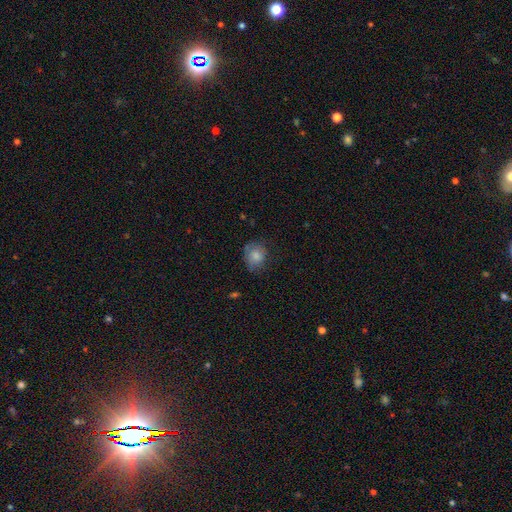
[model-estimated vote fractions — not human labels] The model was most divided on "merging": none: 60%, minor disturbance: 28%, major disturbance: 10%, merger: 2%. More confident: smooth or featured — smooth (79%); how rounded — round (66%).